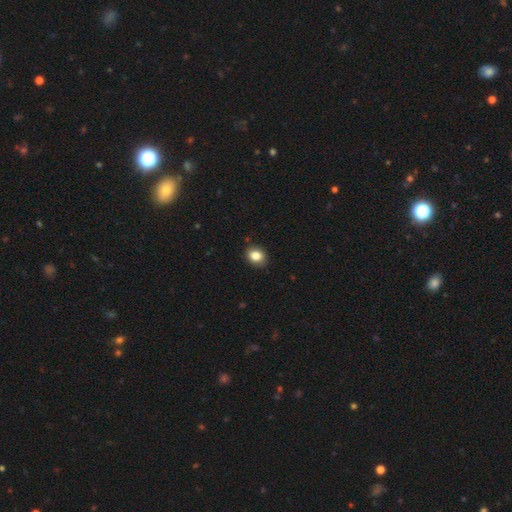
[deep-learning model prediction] Smooth or featured?
  - smooth: 84% *
  - star or artifact: 10%
  - featured or disk: 7%
How rounded?
  - round: 51% *
  - in between: 48%
  - cigar-shaped: 1%
Merging?
  - none: 86% *
  - minor disturbance: 11%
  - major disturbance: 2%
  - merger: 1%